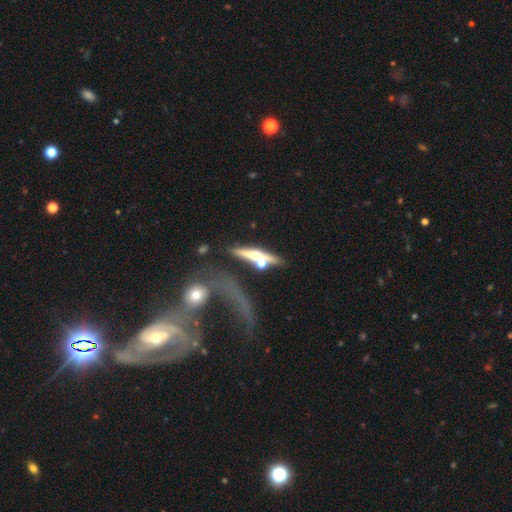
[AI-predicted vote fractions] Smooth or featured?
  - featured or disk: 63% *
  - smooth: 28%
  - star or artifact: 9%
Edge-on disk?
  - yes: 83% *
  - no: 17%
Edge-on bulge?
  - rounded: 90% *
  - none: 6%
  - boxy: 4%
Merging?
  - none: 41% *
  - merger: 34%
  - minor disturbance: 14%
  - major disturbance: 12%